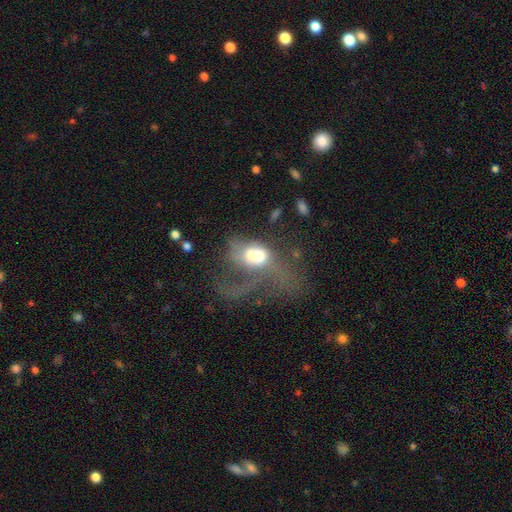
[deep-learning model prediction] Smooth or featured: featured or disk — 45% (smooth — 43%)
Merging: merger — 43% (major disturbance — 40%)